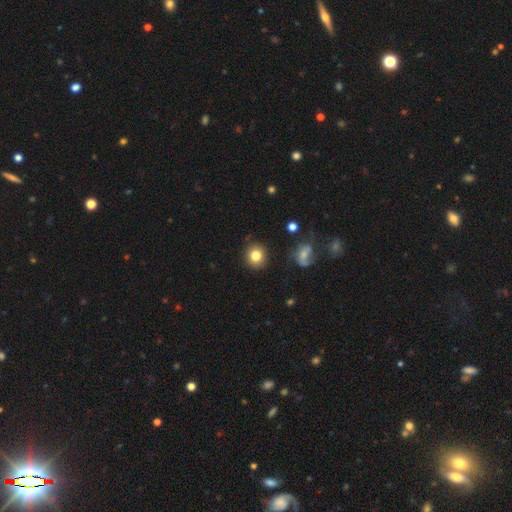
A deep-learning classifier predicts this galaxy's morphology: This is clearly a smooth galaxy (81%). How rounded: clearly round (88%). Merging: clearly none (88%).